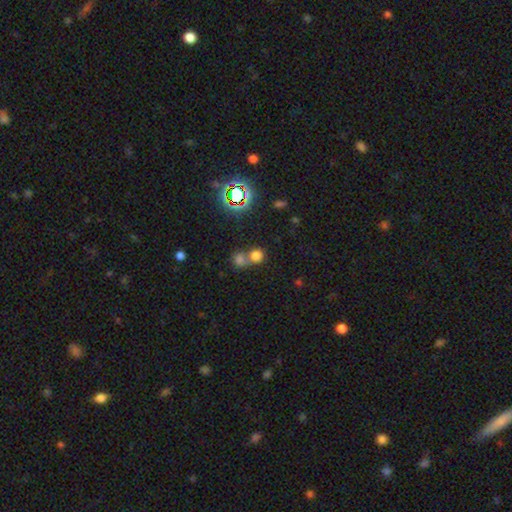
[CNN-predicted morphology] Smooth or featured?
  - smooth: 71% *
  - star or artifact: 21%
  - featured or disk: 8%
How rounded?
  - round: 84% *
  - in between: 15%
  - cigar-shaped: 1%
Merging?
  - merger: 52% *
  - none: 40%
  - minor disturbance: 6%
  - major disturbance: 3%